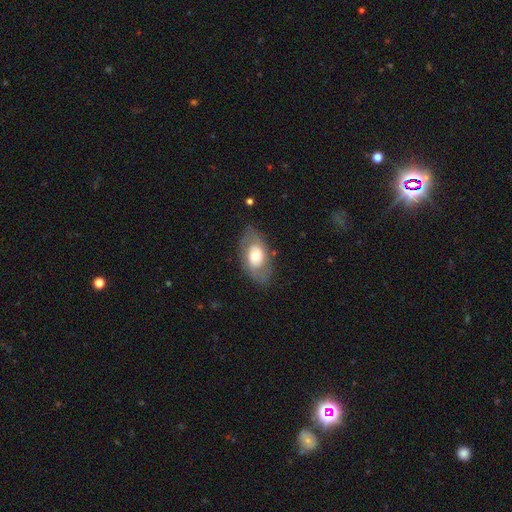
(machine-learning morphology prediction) Smooth or featured? featured or disk (49%)
Merging? none (75%)